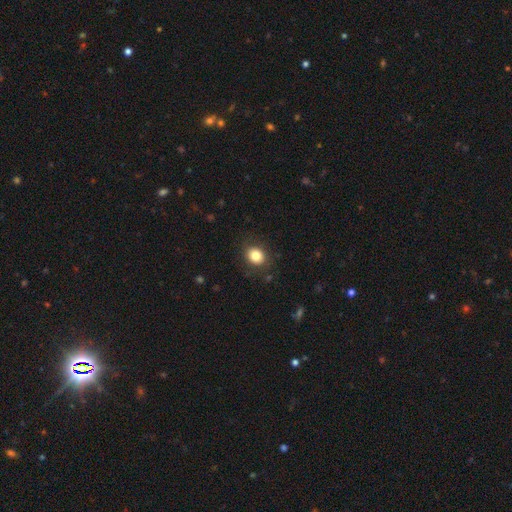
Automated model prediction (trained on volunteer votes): The model was most divided on "how rounded": round: 67%, in between: 32%, cigar-shaped: 1%. More confident: merging — none (86%); smooth or featured — smooth (83%).